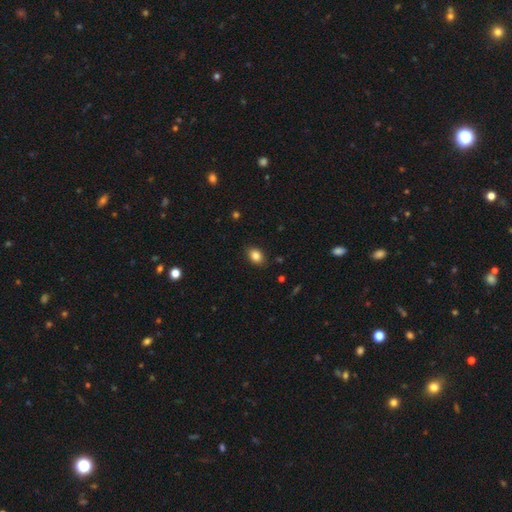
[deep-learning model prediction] Smooth or featured?
  - smooth: 85% *
  - star or artifact: 9%
  - featured or disk: 6%
How rounded?
  - in between: 74% *
  - round: 25%
  - cigar-shaped: 1%
Merging?
  - none: 87% *
  - minor disturbance: 9%
  - major disturbance: 2%
  - merger: 1%